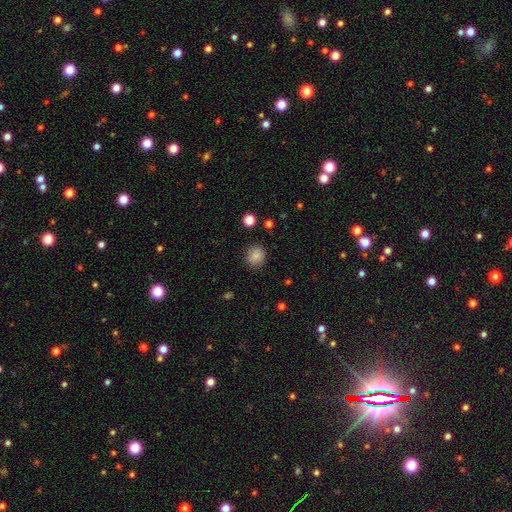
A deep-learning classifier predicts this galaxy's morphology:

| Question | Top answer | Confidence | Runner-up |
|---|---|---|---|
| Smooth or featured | smooth | 85% | star or artifact (10%) |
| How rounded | round | 85% | in between (14%) |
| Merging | none | 88% | minor disturbance (8%) |